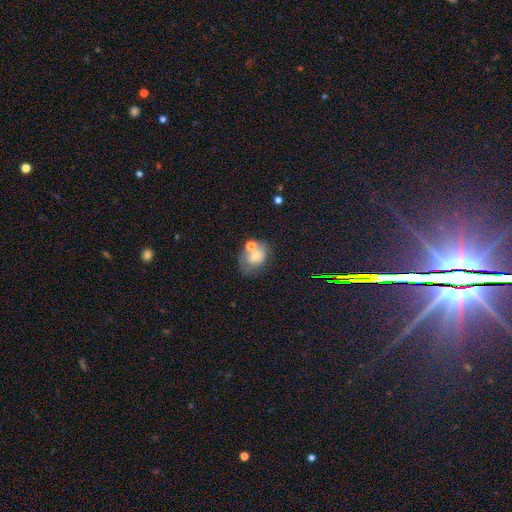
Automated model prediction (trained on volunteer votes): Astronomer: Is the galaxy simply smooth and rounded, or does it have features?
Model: smooth — 62%.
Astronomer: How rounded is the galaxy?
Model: in between — 65%.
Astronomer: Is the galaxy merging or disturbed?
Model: none — 39% (runner-up: merger, 25%).